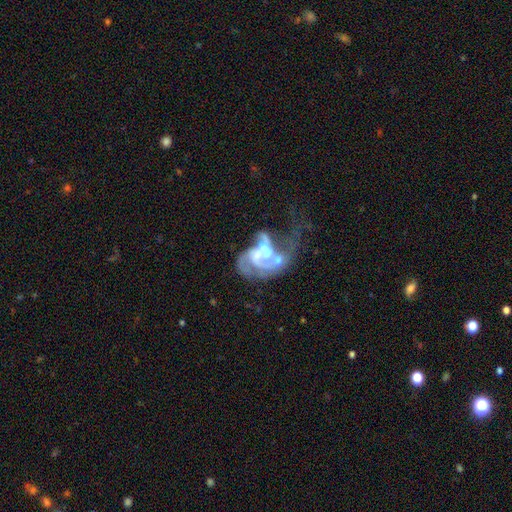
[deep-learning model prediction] A featured or disk galaxy (74%) with no bar (62%), 2 (36%) loose (39%) spiral arms (73%) and a moderate central bulge (47%). Merging: merger (51%).